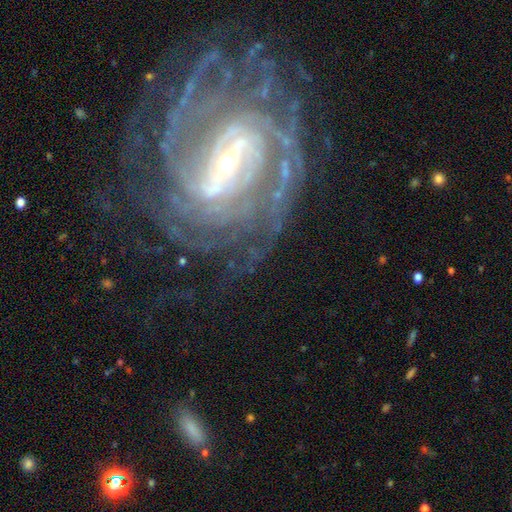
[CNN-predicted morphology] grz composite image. It shows a featured or disk galaxy (90%) with a strong bar (55%), tight (70%) spiral arms (97%) and a small central bulge (72%). Merging: none (72%).